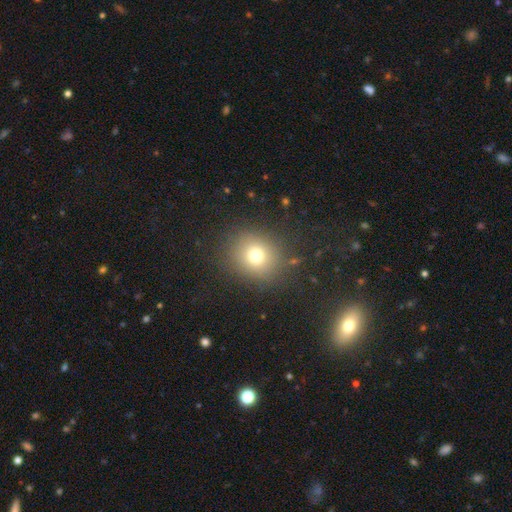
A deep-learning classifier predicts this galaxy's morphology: smooth_or_featured: smooth (p=0.73) [alt: star or artifact p=0.17]
how_rounded: round (p=0.82) [alt: in between p=0.17]
merging: none (p=0.85) [alt: minor disturbance p=0.09]